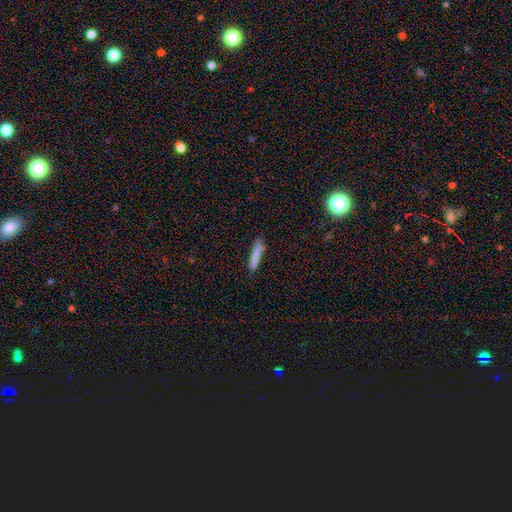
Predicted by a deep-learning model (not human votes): Smooth or featured?
  - smooth: 83% *
  - featured or disk: 10%
  - star or artifact: 7%
How rounded?
  - cigar-shaped: 92% *
  - in between: 7%
  - round: 1%
Merging?
  - none: 84% *
  - minor disturbance: 12%
  - major disturbance: 2%
  - merger: 2%